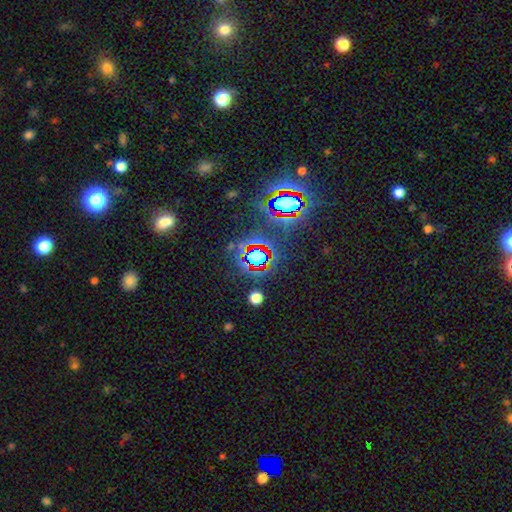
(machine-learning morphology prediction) Smooth or featured? Predicted: star or artifact (p=0.65).